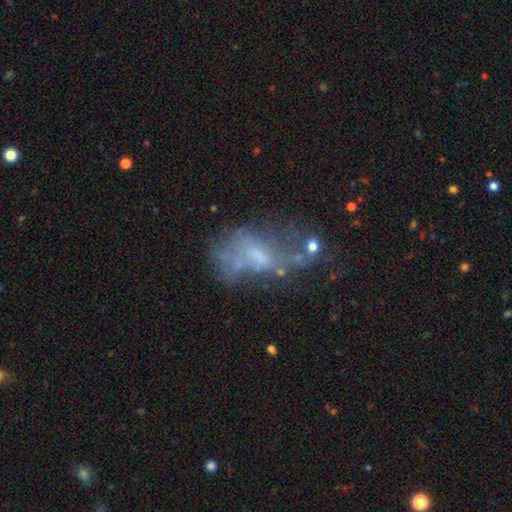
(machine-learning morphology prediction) type=featured or disk (54%); edge-on=no (95%); bar=no (68%); spiral arms=no (81%); bulge=none (43%); merging=major disturbance (34%).